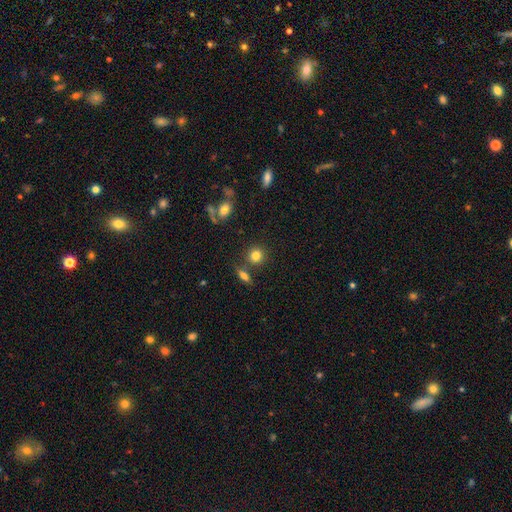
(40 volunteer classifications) This appears to be a smooth galaxy with no disk features (92%) that is round (84%). Merging: none (68%).